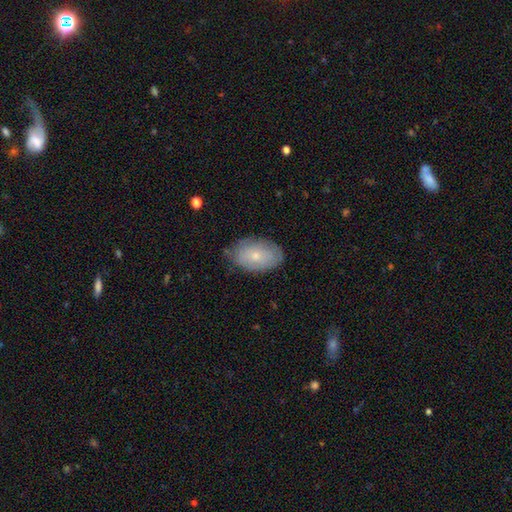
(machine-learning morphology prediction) A smooth galaxy with no disk features (67%) that is in between round and cigar-shaped (91%).

Vote fractions:
- Smooth or featured? smooth: 67% / featured or disk: 26% / star or artifact: 7%
- How rounded? in between: 91% / round: 7% / cigar-shaped: 1%
- Merging? none: 78% / minor disturbance: 18% / major disturbance: 4% / merger: 1%